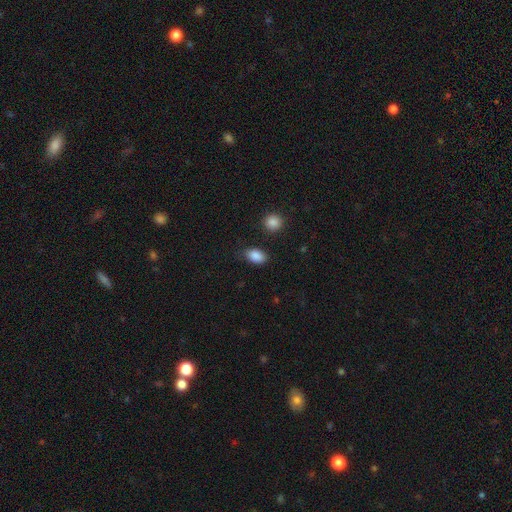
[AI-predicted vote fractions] This is clearly a smooth galaxy (88%). How rounded: clearly in between (86%). Merging: likely none (76%).